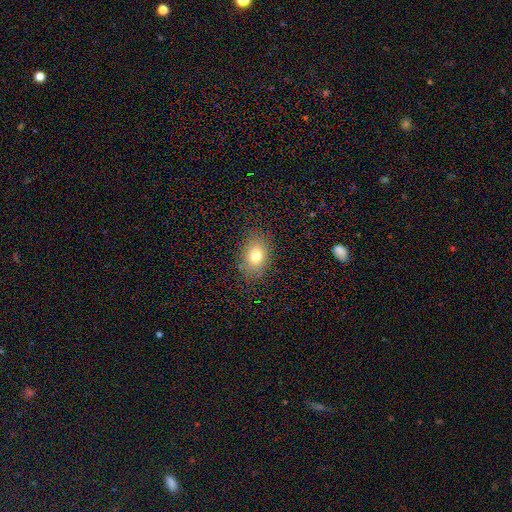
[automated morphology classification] type=smooth (75%); roundness=in between (76%); merging=none (83%).